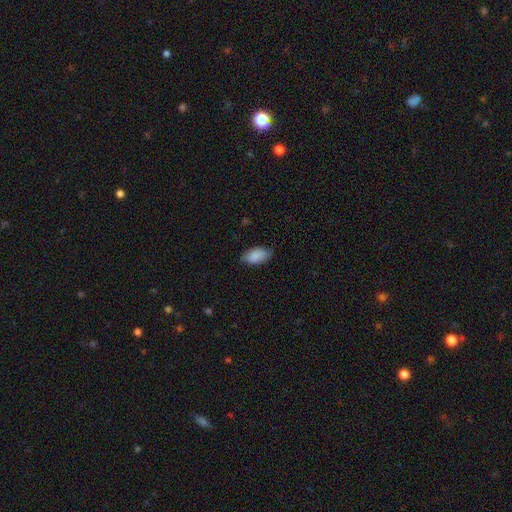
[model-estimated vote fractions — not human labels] This appears to be a smooth galaxy with no disk features (87%) that is in between round and cigar-shaped (94%). Merging: none (76%).